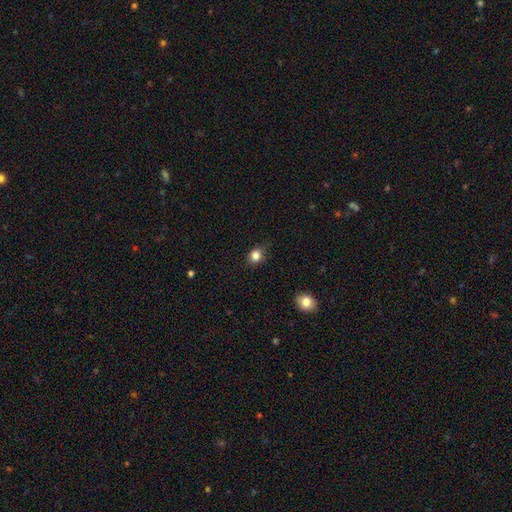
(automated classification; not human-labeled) Smooth or featured? Predicted: smooth (p=0.83). How rounded? Predicted: round (p=0.62). Merging? Predicted: none (p=0.75).